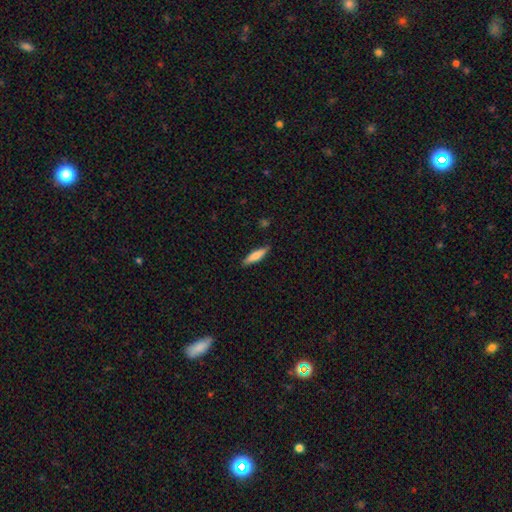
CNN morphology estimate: Smooth or featured? Predicted: smooth (p=0.76). How rounded? Predicted: cigar-shaped (p=0.73). Merging? Predicted: none (p=0.87).